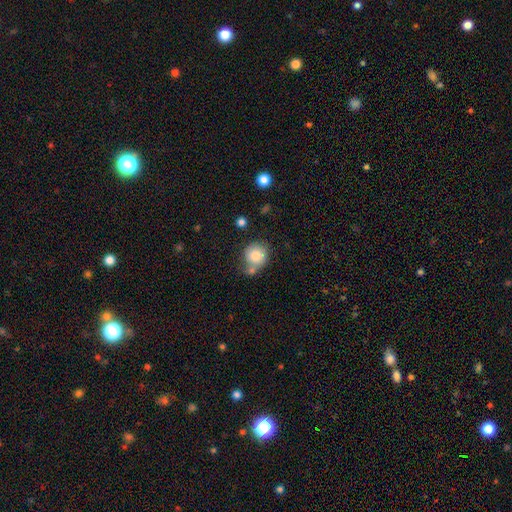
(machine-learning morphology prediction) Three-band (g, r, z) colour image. It shows a smooth galaxy with no disk features (80%) that is round (86%). Merging: none (53%).